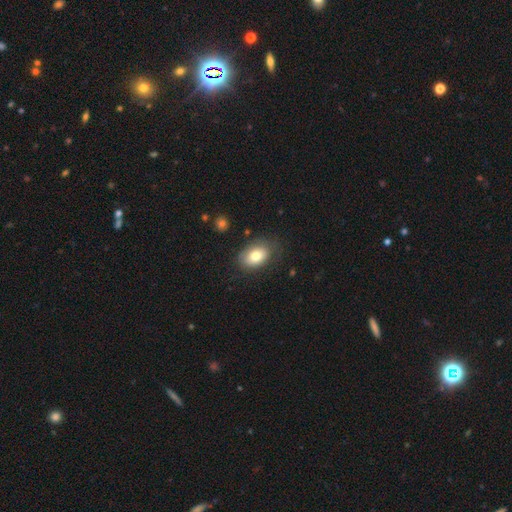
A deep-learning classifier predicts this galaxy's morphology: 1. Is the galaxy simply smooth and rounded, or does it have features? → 77% smooth, 15% featured or disk, 8% star or artifact.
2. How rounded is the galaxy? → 83% in between, 16% round, 1% cigar-shaped.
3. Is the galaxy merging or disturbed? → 75% none, 17% minor disturbance, 6% major disturbance, 2% merger.